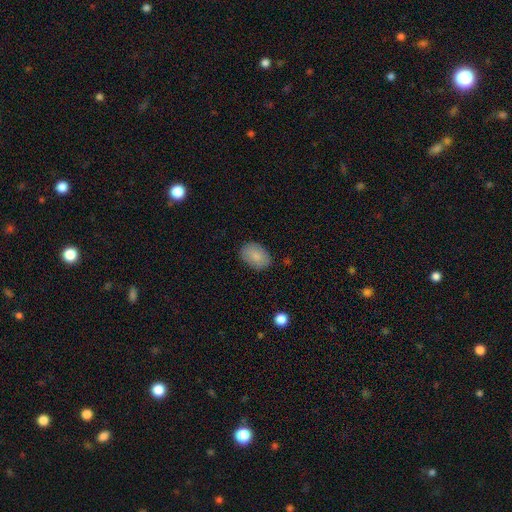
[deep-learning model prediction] This is clearly a smooth galaxy (86%). How rounded: clearly in between (84%). Merging: clearly none (83%).